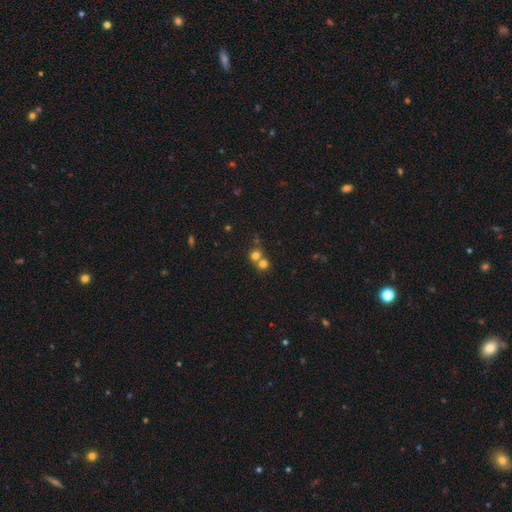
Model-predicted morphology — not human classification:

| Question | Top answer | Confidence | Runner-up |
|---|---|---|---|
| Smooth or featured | smooth | 72% | star or artifact (17%) |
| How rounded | round | 86% | in between (13%) |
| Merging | merger | 50% | none (43%) |